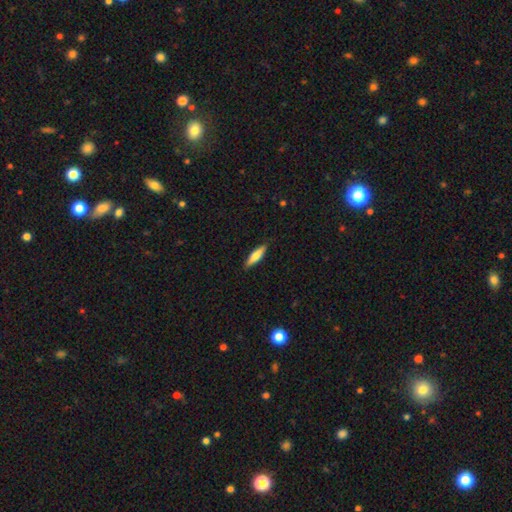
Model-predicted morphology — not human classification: A smooth galaxy with no disk features (68%) that is cigar-shaped (71%).

Vote fractions:
- Smooth or featured? smooth: 68% / featured or disk: 26% / star or artifact: 6%
- How rounded? cigar-shaped: 71% / in between: 27% / round: 2%
- Merging? none: 88% / minor disturbance: 9% / major disturbance: 2% / merger: 1%